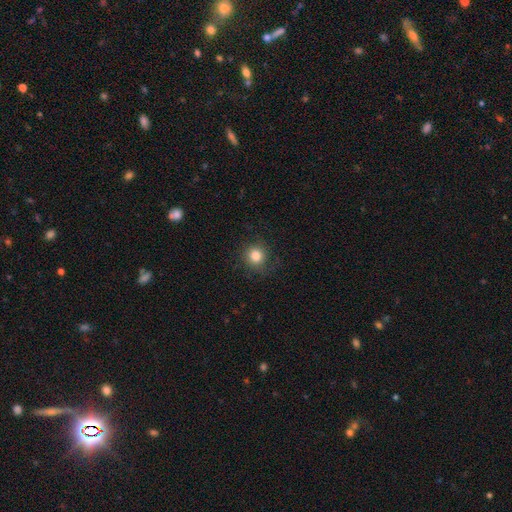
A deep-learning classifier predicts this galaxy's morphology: type=smooth (82%); roundness=round (92%); merging=none (81%).